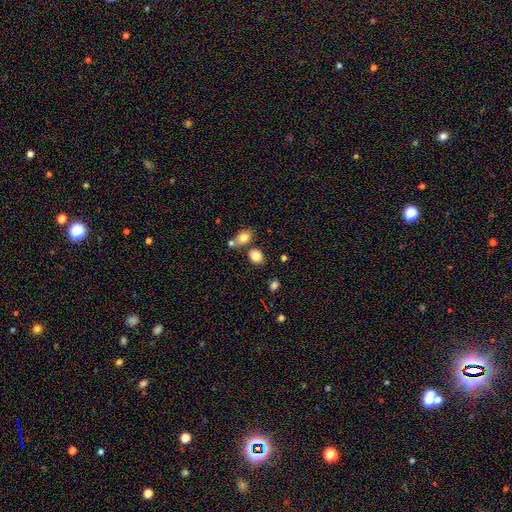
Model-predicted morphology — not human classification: This is clearly a smooth galaxy (83%). How rounded: likely round (61%). Merging: likely none (64%).